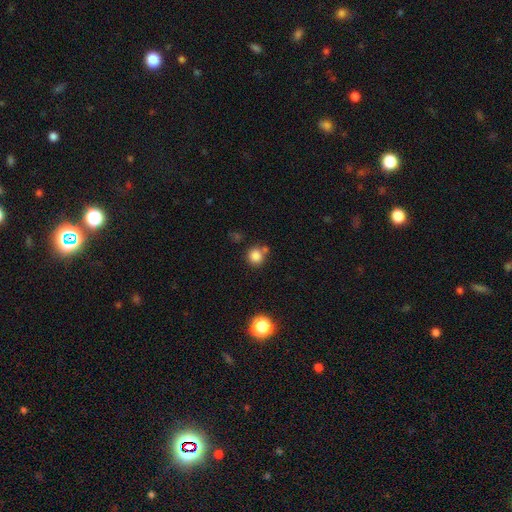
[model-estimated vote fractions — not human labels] Smooth or featured? smooth (83%)
How rounded? round (89%)
Merging? none (67%)